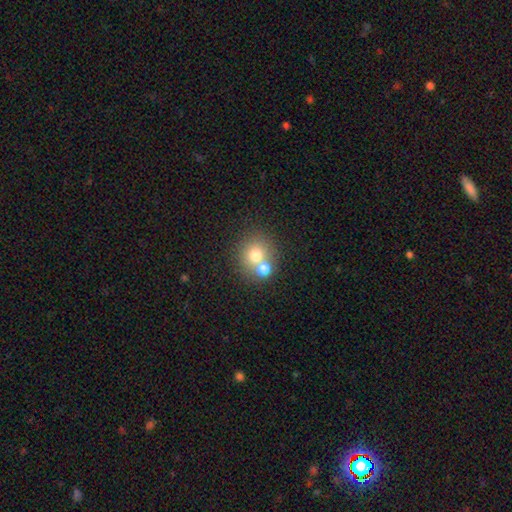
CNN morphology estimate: Overall: smooth (72%). How rounded: round (84%). Merging: merger (46%; none 45%).